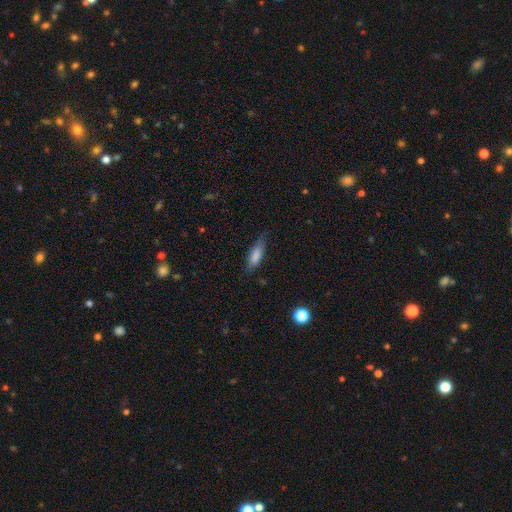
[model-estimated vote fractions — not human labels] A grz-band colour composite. It shows a smooth galaxy with no disk features (78%) that is in between round and cigar-shaped (49%, tied with cigar-shaped). Merging: none (69%).